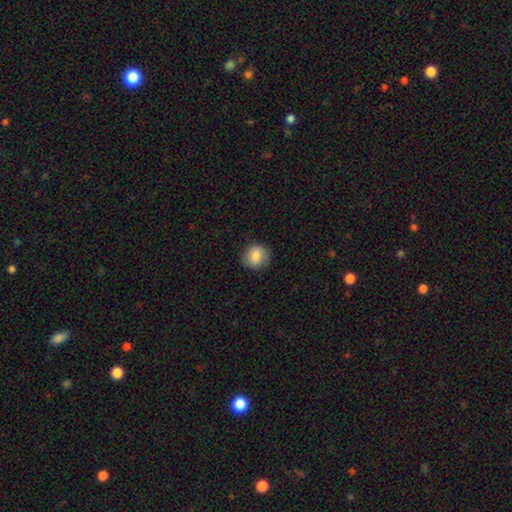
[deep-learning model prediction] Overall: smooth (84%). How rounded: round (87%). Merging: none (85%).